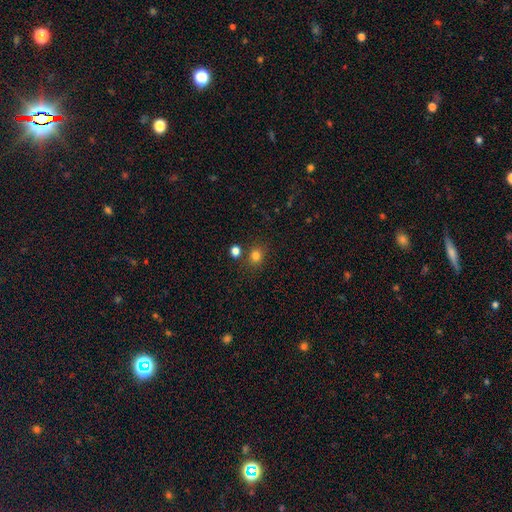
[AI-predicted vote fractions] Smooth or featured?
  - smooth: 79% *
  - star or artifact: 15%
  - featured or disk: 6%
How rounded?
  - round: 74% *
  - in between: 25%
  - cigar-shaped: 1%
Merging?
  - none: 76% *
  - merger: 10%
  - minor disturbance: 10%
  - major disturbance: 4%